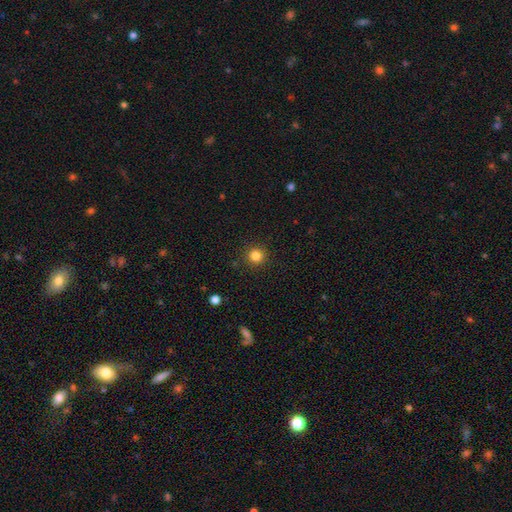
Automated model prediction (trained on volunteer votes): A smooth galaxy with no disk features (83%) that is round (94%).

Vote fractions:
- Smooth or featured? smooth: 83% / star or artifact: 12% / featured or disk: 5%
- How rounded? round: 94% / in between: 5% / cigar-shaped: 1%
- Merging? none: 91% / minor disturbance: 6% / major disturbance: 2% / merger: 1%